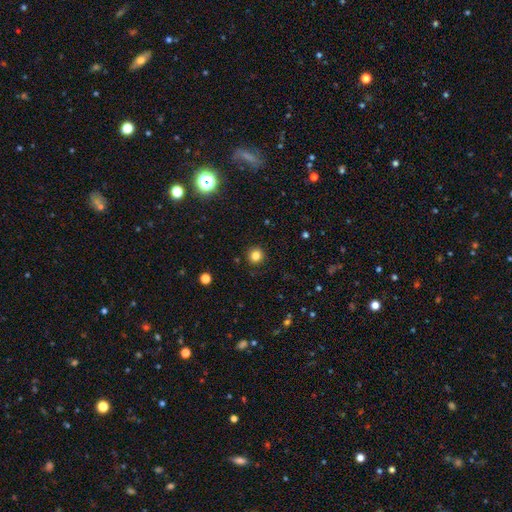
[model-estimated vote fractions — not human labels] Smooth or featured? smooth (83%)
How rounded? round (94%)
Merging? none (92%)